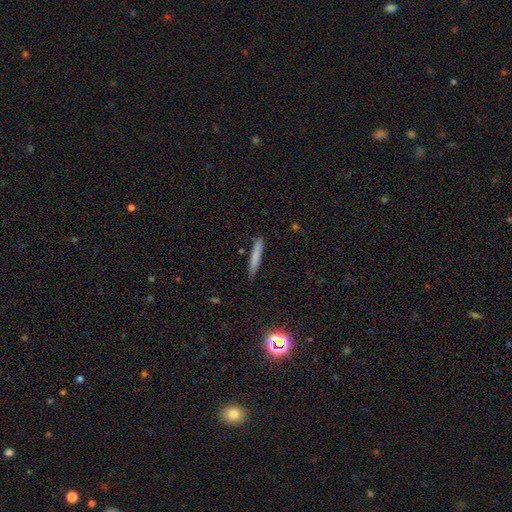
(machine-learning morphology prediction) This appears to be a smooth galaxy with no disk features (76%) that is cigar-shaped (94%). Merging: none (86%).